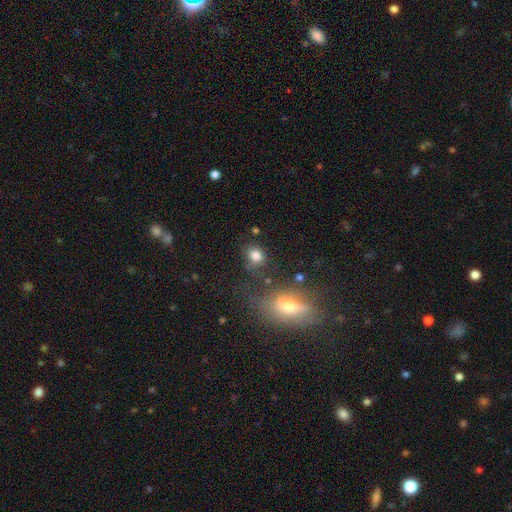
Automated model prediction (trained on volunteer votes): smooth_or_featured: smooth (p=0.80) [alt: star or artifact p=0.13]
how_rounded: round (p=0.58) [alt: in between p=0.41]
merging: none (p=0.67) [alt: minor disturbance p=0.17]